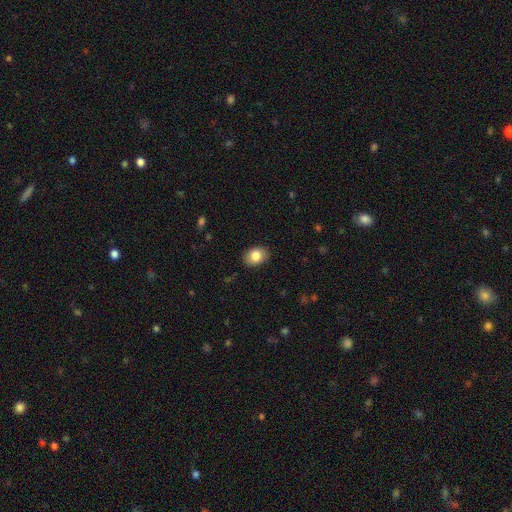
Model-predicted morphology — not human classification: Q: Smooth or featured?
A: smooth (84%); runner-up: featured or disk (9%)
Q: How rounded?
A: in between (74%); runner-up: round (25%)
Q: Merging?
A: none (87%); runner-up: minor disturbance (10%)